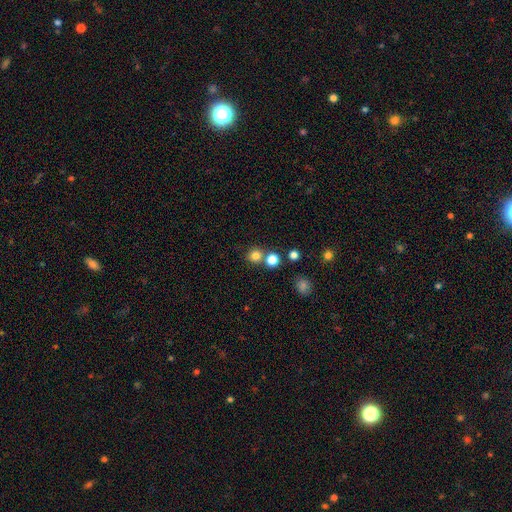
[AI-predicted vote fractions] smooth 80%, star or artifact 14%, featured or disk 6%. Down the decision tree: how rounded — round (90%); merging — none (68%).